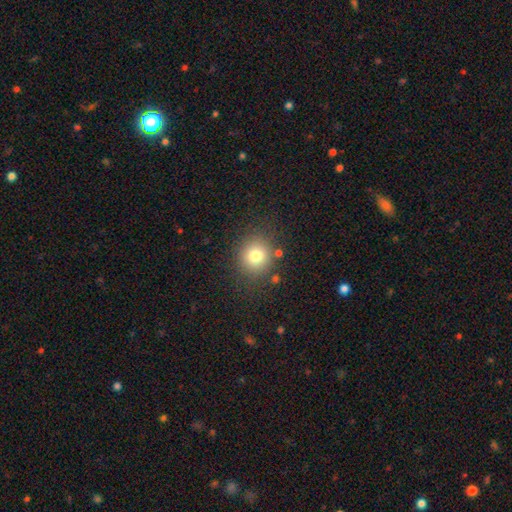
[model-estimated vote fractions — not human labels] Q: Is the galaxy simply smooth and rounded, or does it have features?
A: smooth — 77%.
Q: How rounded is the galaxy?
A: round — 85%.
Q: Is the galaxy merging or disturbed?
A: none — 82%.